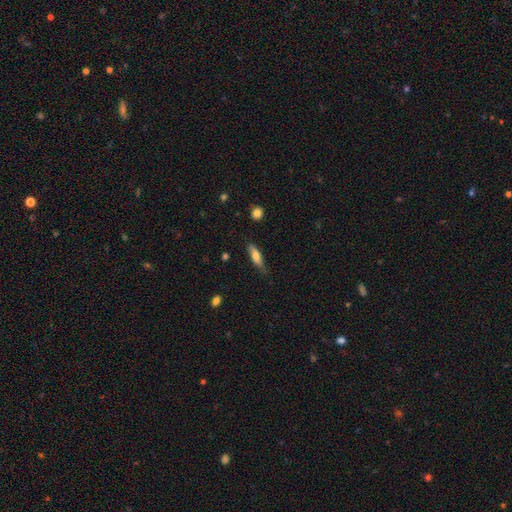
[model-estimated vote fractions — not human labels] A smooth galaxy with no disk features (66%) that is cigar-shaped (54%). Merging: none (65%).